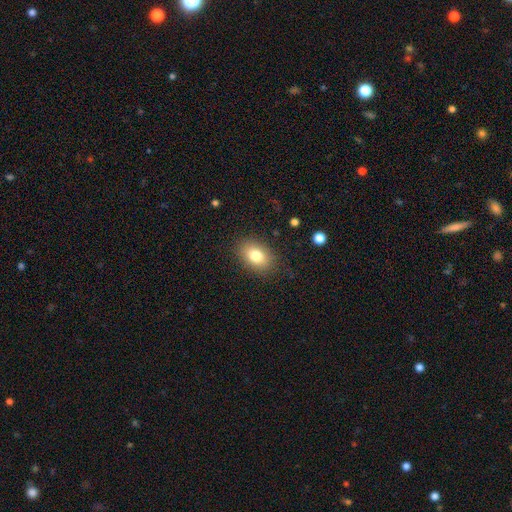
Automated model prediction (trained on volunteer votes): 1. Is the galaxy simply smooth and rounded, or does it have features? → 80% smooth, 11% featured or disk, 9% star or artifact.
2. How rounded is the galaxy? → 83% in between, 16% round, 1% cigar-shaped.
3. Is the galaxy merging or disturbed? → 85% none, 11% minor disturbance, 4% major disturbance, 1% merger.